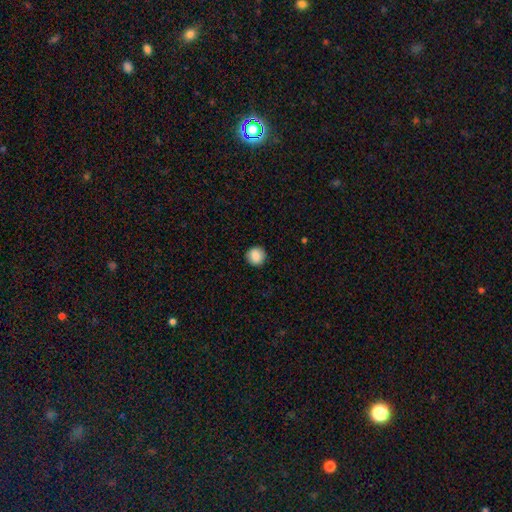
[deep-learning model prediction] smooth 88%, star or artifact 8%, featured or disk 4%. Down the decision tree: how rounded — round (93%); merging — none (90%).